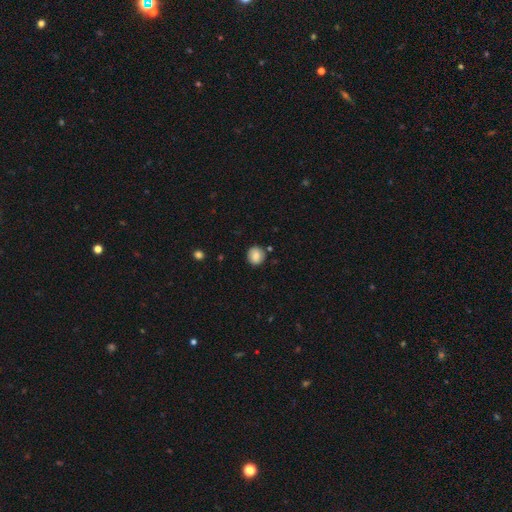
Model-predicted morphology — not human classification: smooth-or-featured: smooth: 82% | featured or disk: 9% | star or artifact: 9%
  how-rounded: round: 84% | in between: 15% | cigar-shaped: 1%
  merging: none: 85% | minor disturbance: 10% | merger: 3% | major disturbance: 2%